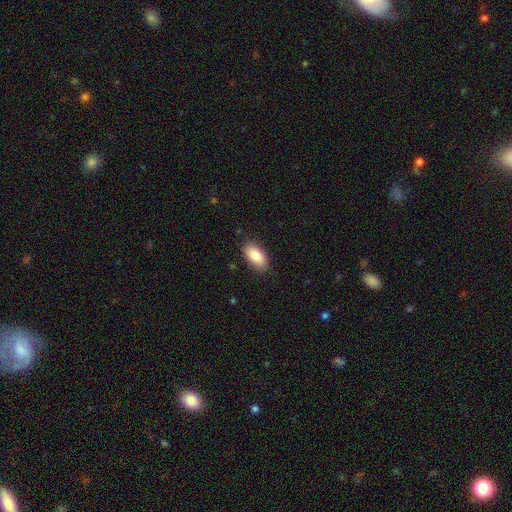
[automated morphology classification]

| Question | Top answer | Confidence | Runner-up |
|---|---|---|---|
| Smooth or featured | smooth | 85% | featured or disk (8%) |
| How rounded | in between | 92% | cigar-shaped (4%) |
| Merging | none | 84% | minor disturbance (12%) |